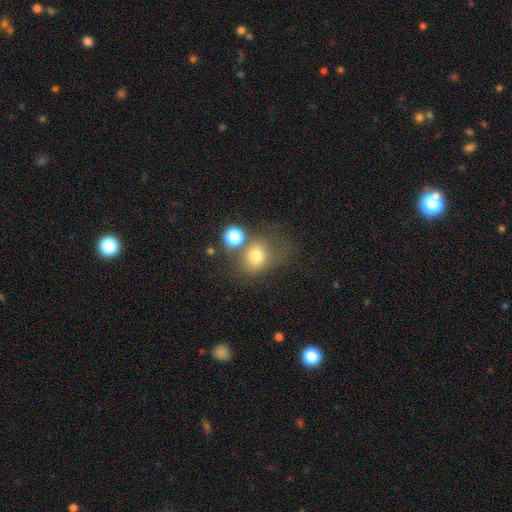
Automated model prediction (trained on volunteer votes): Smooth or featured?
  - smooth: 73% *
  - star or artifact: 14%
  - featured or disk: 13%
How rounded?
  - round: 64% *
  - in between: 35%
  - cigar-shaped: 1%
Merging?
  - none: 46% *
  - merger: 21%
  - minor disturbance: 18%
  - major disturbance: 15%